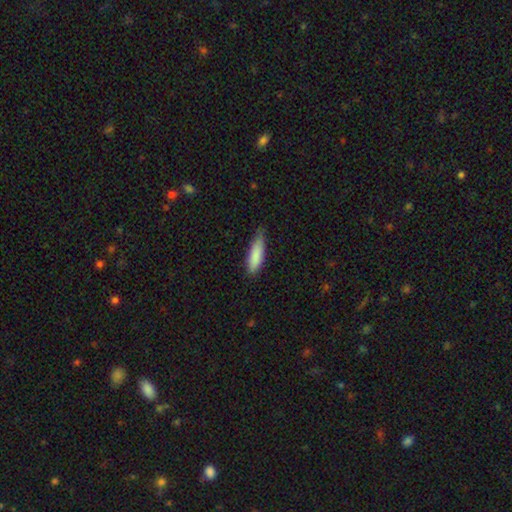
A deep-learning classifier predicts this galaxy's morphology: Smooth or featured?
  - smooth: 87% *
  - featured or disk: 8%
  - star or artifact: 6%
How rounded?
  - cigar-shaped: 54% *
  - in between: 44%
  - round: 2%
Merging?
  - none: 66% *
  - minor disturbance: 28%
  - major disturbance: 4%
  - merger: 1%